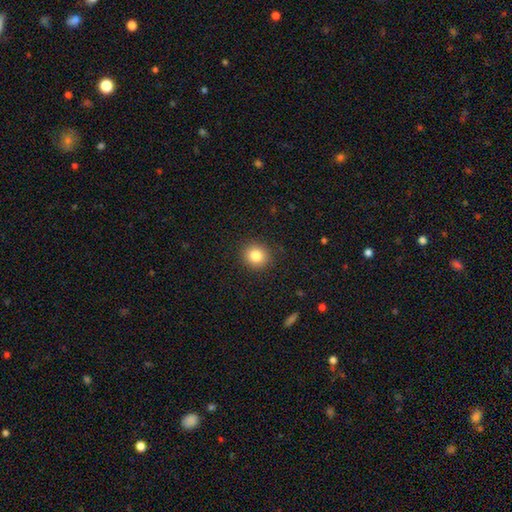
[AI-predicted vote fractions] A smooth galaxy with no disk features (83%) that is round (87%).

Vote fractions:
- Smooth or featured? smooth: 83% / star or artifact: 10% / featured or disk: 7%
- How rounded? round: 87% / in between: 12% / cigar-shaped: 1%
- Merging? none: 90% / minor disturbance: 7% / major disturbance: 2% / merger: 1%